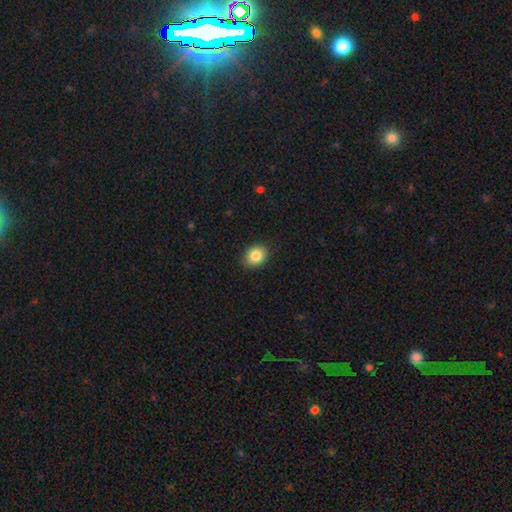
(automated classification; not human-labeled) smooth 85%, star or artifact 9%, featured or disk 6%. Down the decision tree: how rounded — round (52%); merging — none (86%).